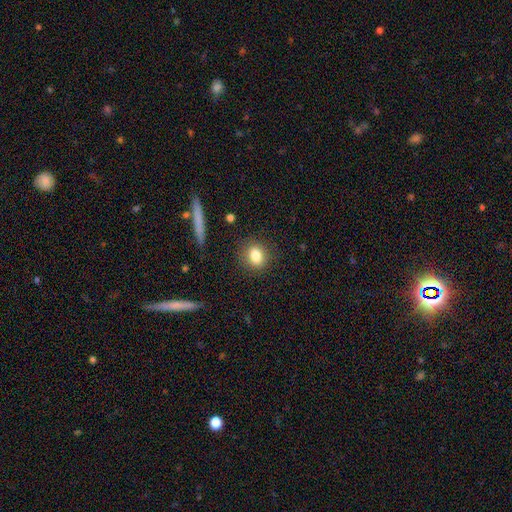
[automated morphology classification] Q: Smooth or featured?
A: smooth (82%); runner-up: star or artifact (10%)
Q: How rounded?
A: round (56%); runner-up: in between (42%)
Q: Merging?
A: none (86%); runner-up: minor disturbance (10%)